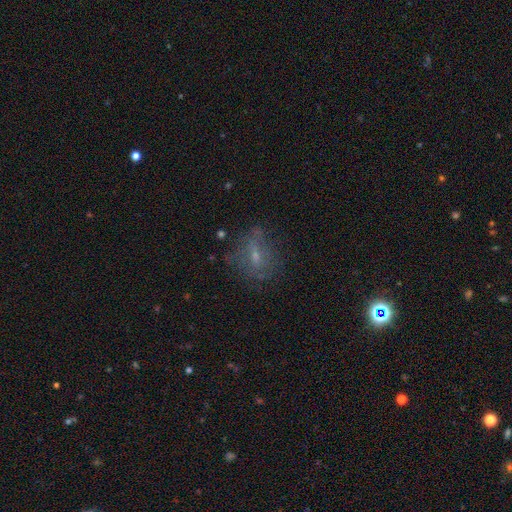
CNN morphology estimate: This is marginally a featured or disk galaxy (42%). Merging: possibly none (58%).